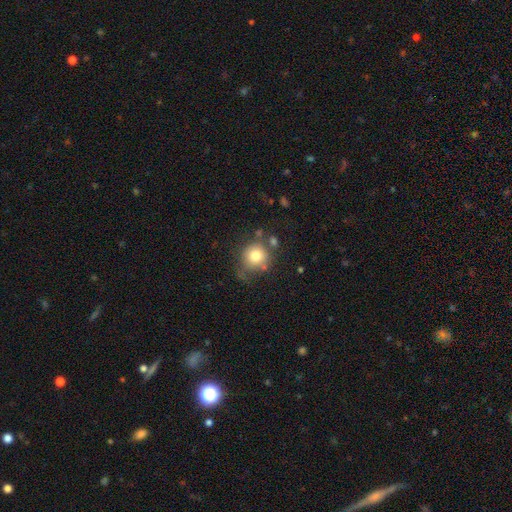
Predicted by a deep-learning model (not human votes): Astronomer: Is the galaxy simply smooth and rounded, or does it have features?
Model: smooth — 77%.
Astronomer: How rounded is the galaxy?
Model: round — 89%.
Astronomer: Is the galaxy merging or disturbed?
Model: none — 61%.